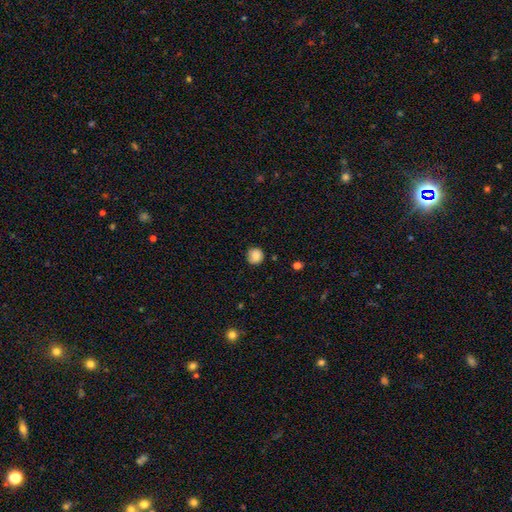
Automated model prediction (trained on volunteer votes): Q: Smooth or featured?
A: smooth (86%); runner-up: star or artifact (9%)
Q: How rounded?
A: round (93%); runner-up: in between (6%)
Q: Merging?
A: none (86%); runner-up: minor disturbance (11%)